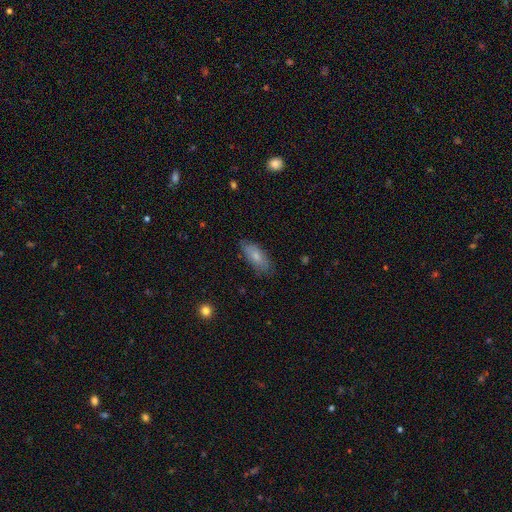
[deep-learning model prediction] Smooth or featured? smooth (73%)
How rounded? in between (81%)
Merging? none (79%)